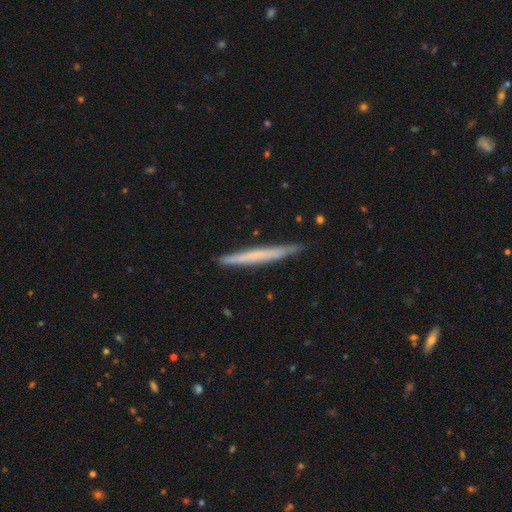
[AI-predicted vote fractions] smooth-or-featured: smooth: 53% | featured or disk: 41% | star or artifact: 6%
  how-rounded: cigar-shaped: 97% | in between: 2% | round: 1%
  merging: none: 89% | minor disturbance: 8% | major disturbance: 1% | merger: 1%